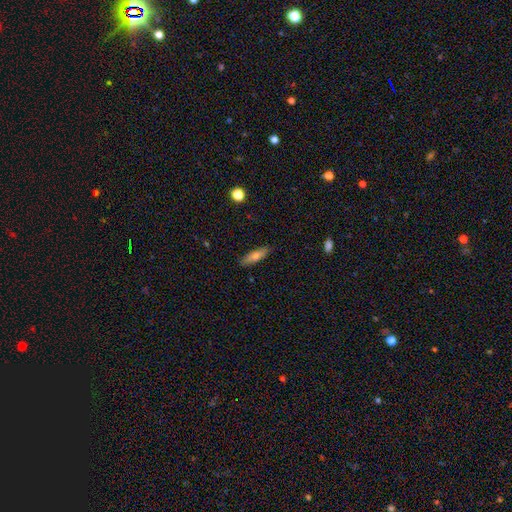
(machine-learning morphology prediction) Overall: smooth (70%). How rounded: cigar-shaped (54%; in between 44%). Merging: none (87%).